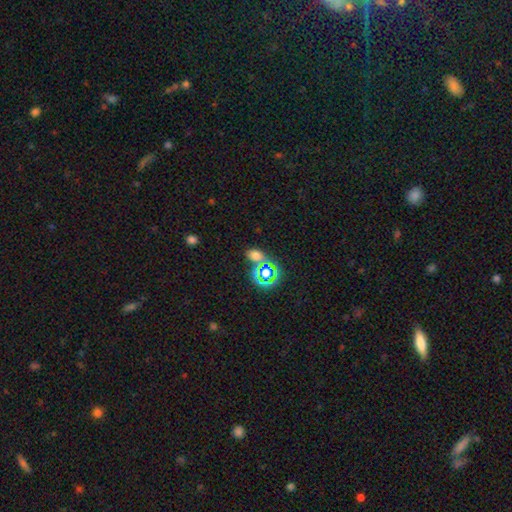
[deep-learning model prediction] Smooth or featured? Predicted: smooth (p=0.60). How rounded? Predicted: in between (p=0.64). Merging? Predicted: none (p=0.67).